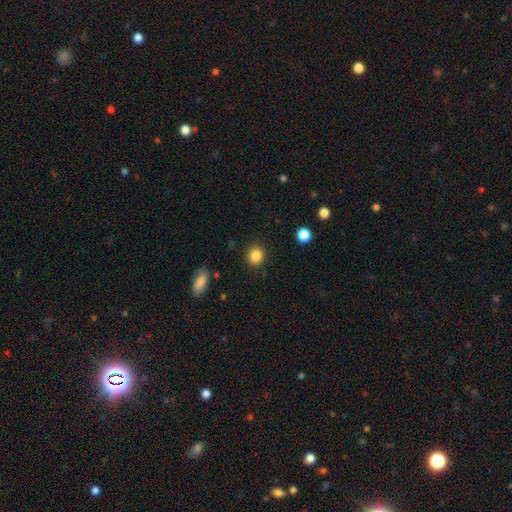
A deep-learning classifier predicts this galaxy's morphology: This appears to be a smooth galaxy with no disk features (86%) that is round (79%). Merging: none (89%).